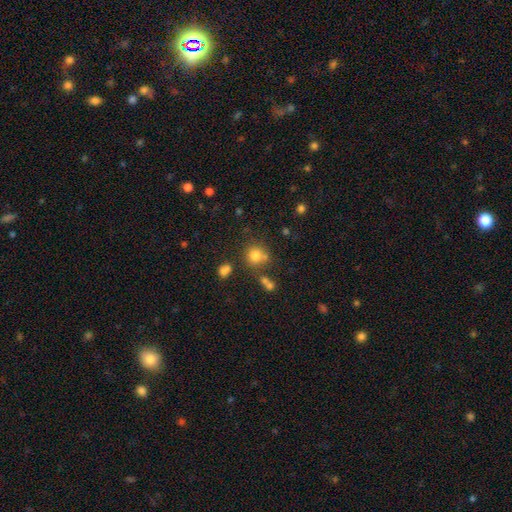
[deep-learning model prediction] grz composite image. It shows a smooth galaxy with no disk features (76%) that is round (86%). Merging: none (65%).